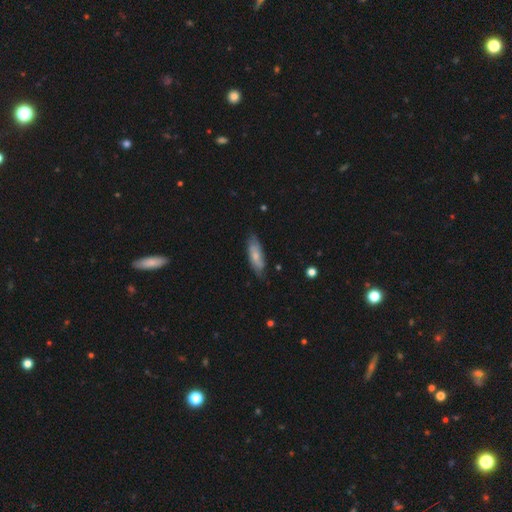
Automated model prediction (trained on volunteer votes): smooth-or-featured: smooth: 56% | featured or disk: 38% | star or artifact: 6%
  how-rounded: in between: 60% | cigar-shaped: 38% | round: 2%
  merging: none: 73% | minor disturbance: 21% | major disturbance: 4% | merger: 2%